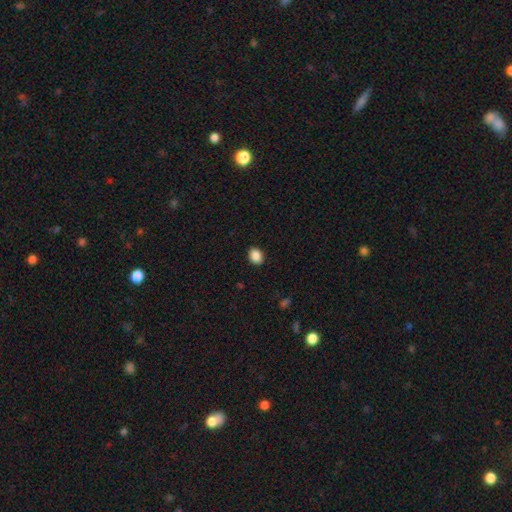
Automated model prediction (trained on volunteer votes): This is clearly a smooth galaxy (89%). How rounded: likely in between (65%). Merging: clearly none (90%).